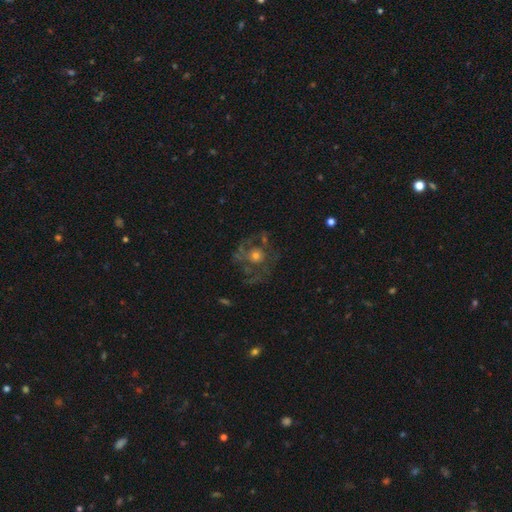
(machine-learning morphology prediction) featured or disk 65%, smooth 23%, star or artifact 12%. Down the decision tree: edge-on disk — no (97%); bar — no (87%); spiral arms — yes (55%); bulge size — moderate (56%); merging — none (61%).